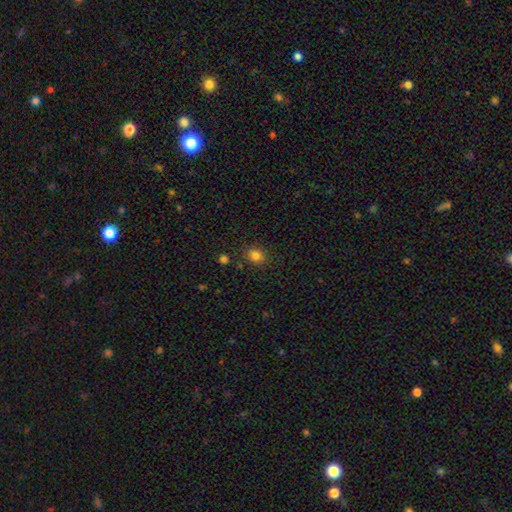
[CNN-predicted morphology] smooth-or-featured: smooth: 82% | star or artifact: 13% | featured or disk: 5%
  how-rounded: round: 68% | in between: 31% | cigar-shaped: 1%
  merging: none: 83% | minor disturbance: 10% | merger: 3% | major disturbance: 3%